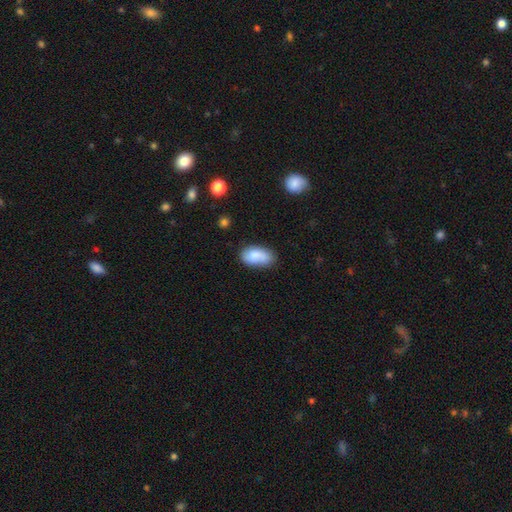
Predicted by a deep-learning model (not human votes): The model was most divided on "merging": none: 59%, minor disturbance: 26%, merger: 8%, major disturbance: 7%. More confident: how rounded — in between (92%); smooth or featured — smooth (78%).